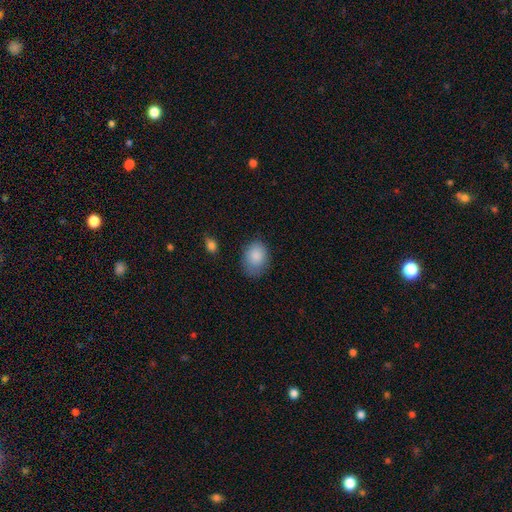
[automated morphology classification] The model was most divided on "how rounded": in between: 66%, round: 33%, cigar-shaped: 1%. More confident: smooth or featured — smooth (87%); merging — none (71%).